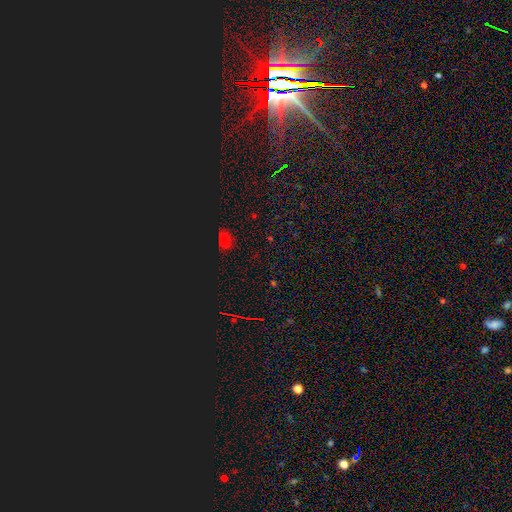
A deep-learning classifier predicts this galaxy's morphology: smooth-or-featured: star or artifact: 54% | smooth: 38% | featured or disk: 8%